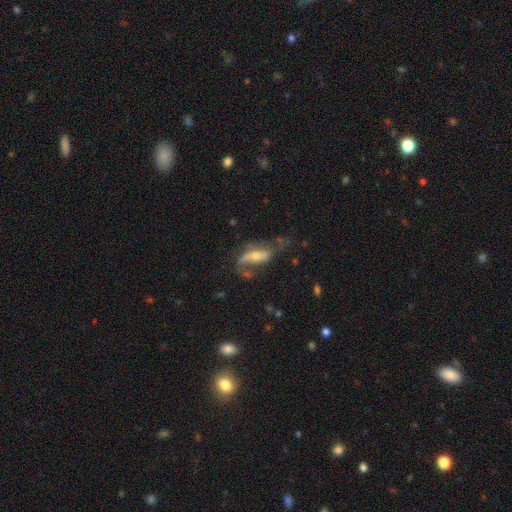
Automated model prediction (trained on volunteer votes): smooth_or_featured: featured or disk (p=0.67) [alt: smooth p=0.24]
disk_edge_on: no (p=0.84) [alt: yes p=0.16]
bar: no (p=0.41) [alt: weak p=0.33]
has_spiral_arms: yes (p=0.77) [alt: no p=0.23]
bulge_size: moderate (p=0.47) [alt: small p=0.41]
merging: none (p=0.39) [alt: major disturbance p=0.33]